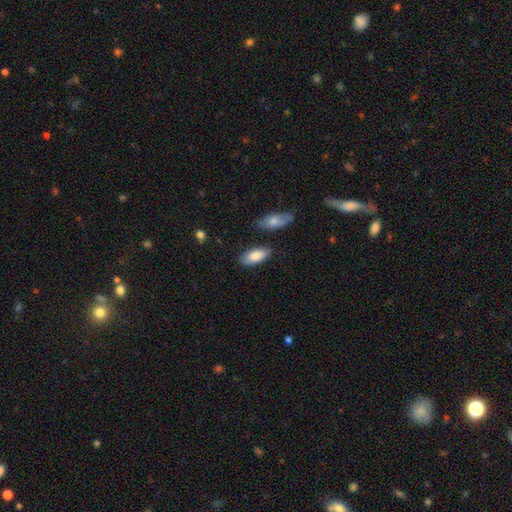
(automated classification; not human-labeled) Overall: smooth (83%). How rounded: in between (88%). Merging: none (77%).